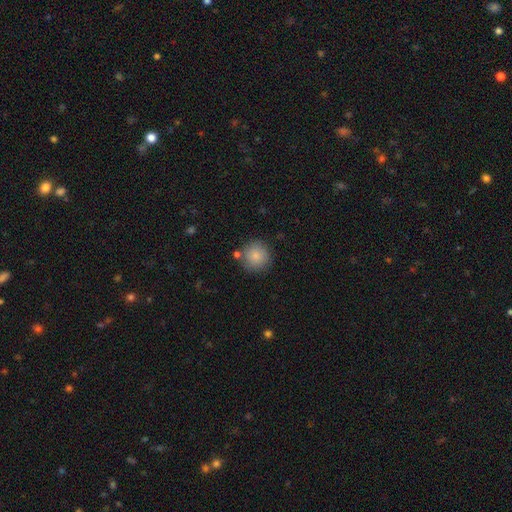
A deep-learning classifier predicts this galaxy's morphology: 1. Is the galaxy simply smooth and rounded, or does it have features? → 84% smooth, 8% star or artifact, 8% featured or disk.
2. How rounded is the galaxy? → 94% round, 5% in between, 1% cigar-shaped.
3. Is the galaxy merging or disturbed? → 78% none, 11% minor disturbance, 7% merger, 3% major disturbance.